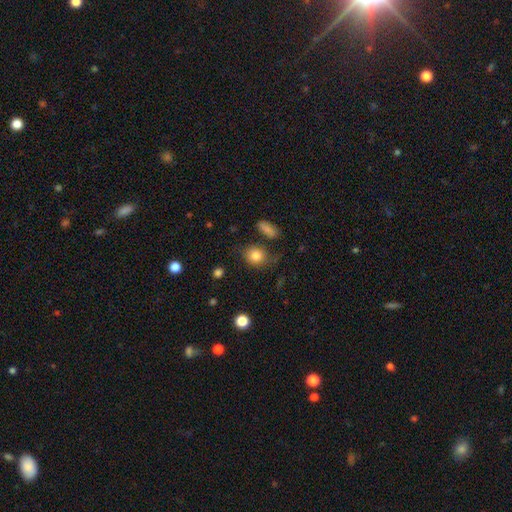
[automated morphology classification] A smooth galaxy with no disk features (82%) that is round (67%).

Vote fractions:
- Smooth or featured? smooth: 82% / star or artifact: 10% / featured or disk: 8%
- How rounded? round: 67% / in between: 31% / cigar-shaped: 1%
- Merging? none: 70% / minor disturbance: 18% / major disturbance: 7% / merger: 6%